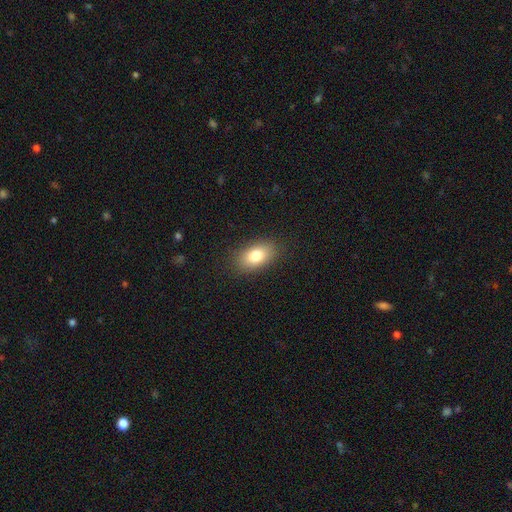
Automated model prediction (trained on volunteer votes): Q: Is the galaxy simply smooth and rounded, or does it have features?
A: smooth — 81%.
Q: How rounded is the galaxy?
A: in between — 90%.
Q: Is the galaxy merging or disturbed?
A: none — 86%.